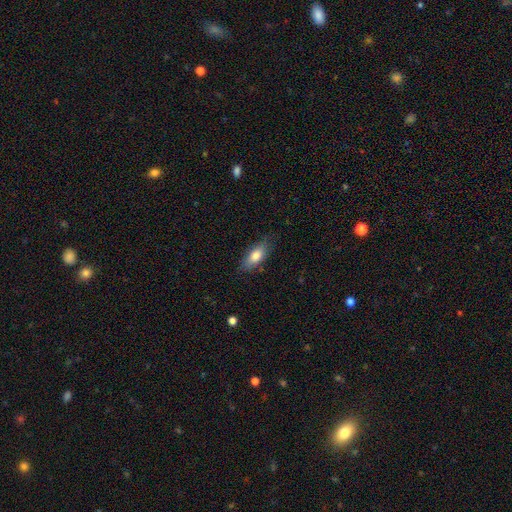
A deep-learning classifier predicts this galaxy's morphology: Smooth or featured? Predicted: smooth (p=0.78). How rounded? Predicted: in between (p=0.76). Merging? Predicted: none (p=0.77).